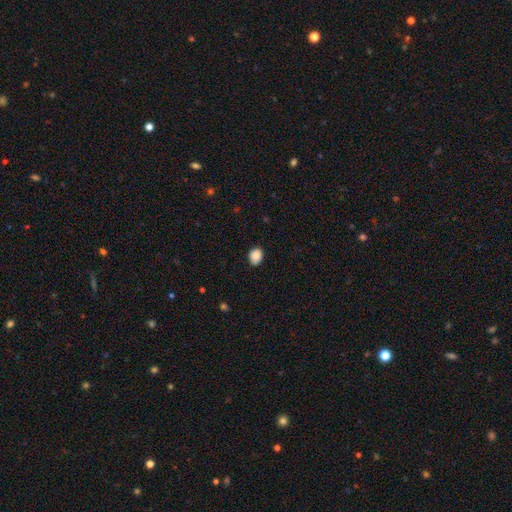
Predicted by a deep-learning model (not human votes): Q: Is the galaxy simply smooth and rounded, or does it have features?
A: smooth — 88%.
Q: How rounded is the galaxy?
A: in between — 57%.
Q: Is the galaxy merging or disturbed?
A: none — 84%.